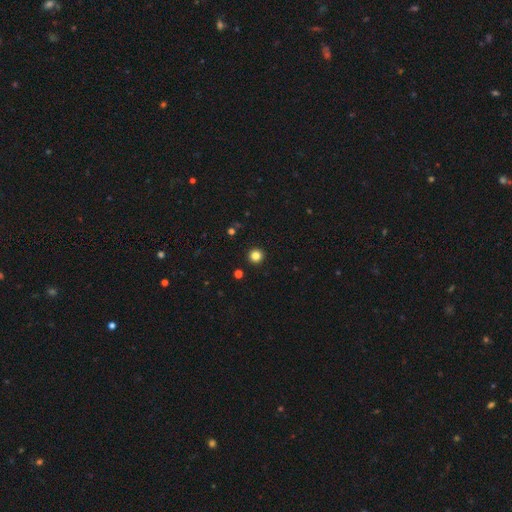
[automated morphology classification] smooth 83%, star or artifact 13%, featured or disk 4%. Down the decision tree: how rounded — round (96%); merging — none (94%).